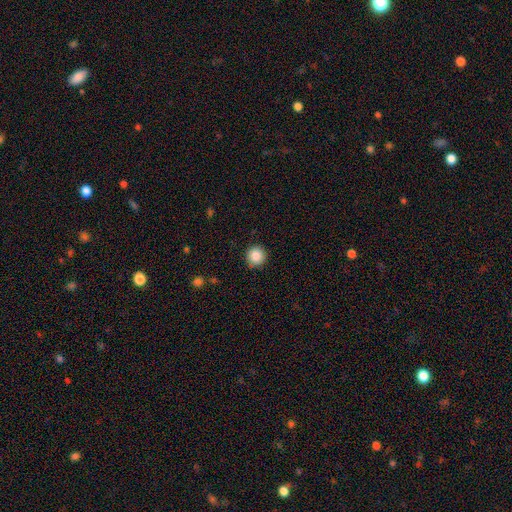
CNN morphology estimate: Smooth or featured? smooth (87%)
How rounded? round (95%)
Merging? none (90%)